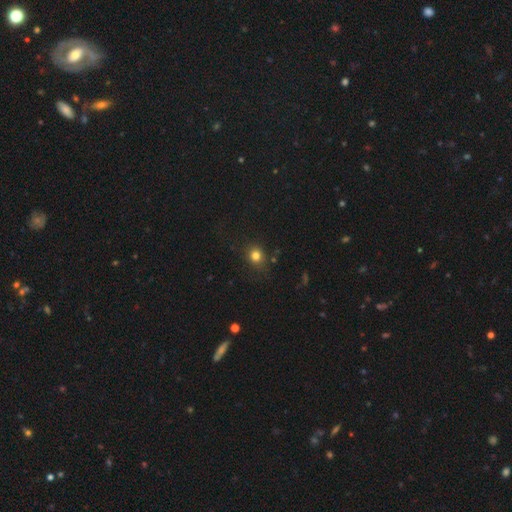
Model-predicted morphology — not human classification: A smooth galaxy with no disk features (80%) that is round (79%).

Vote fractions:
- Smooth or featured? smooth: 80% / star or artifact: 14% / featured or disk: 6%
- How rounded? round: 79% / in between: 20% / cigar-shaped: 1%
- Merging? none: 83% / minor disturbance: 12% / major disturbance: 4% / merger: 2%